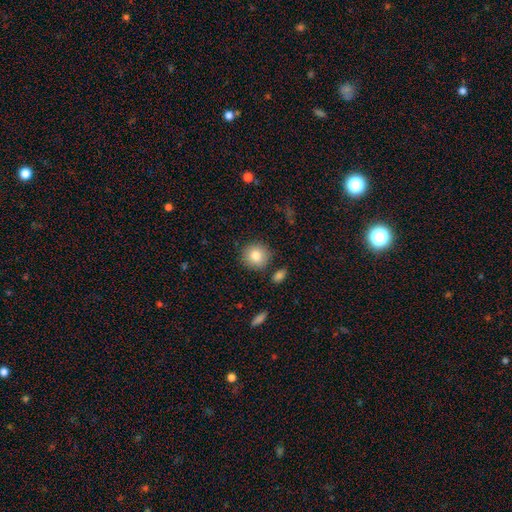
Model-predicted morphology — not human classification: Smooth or featured? smooth (83%)
How rounded? round (90%)
Merging? none (85%)